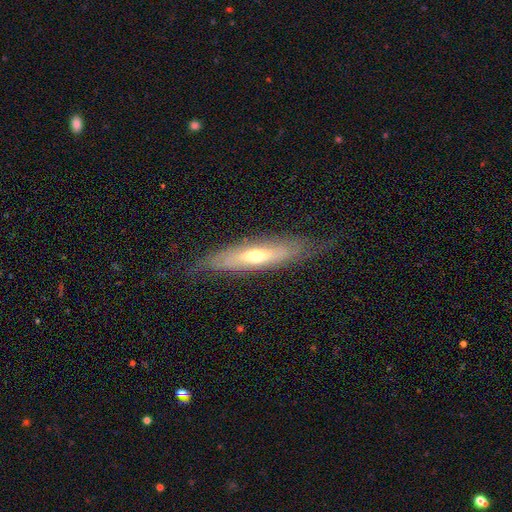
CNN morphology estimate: A featured or disk galaxy (59%) viewed edge-on (56%). Merging: none (71%).